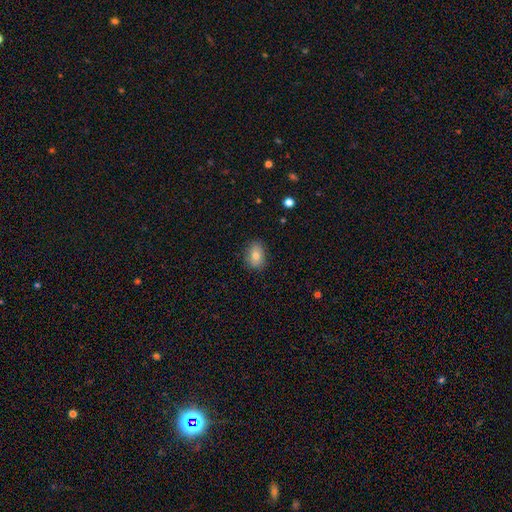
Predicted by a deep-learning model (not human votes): Smooth or featured? Predicted: smooth (p=0.75). How rounded? Predicted: in between (p=0.78). Merging? Predicted: none (p=0.84).